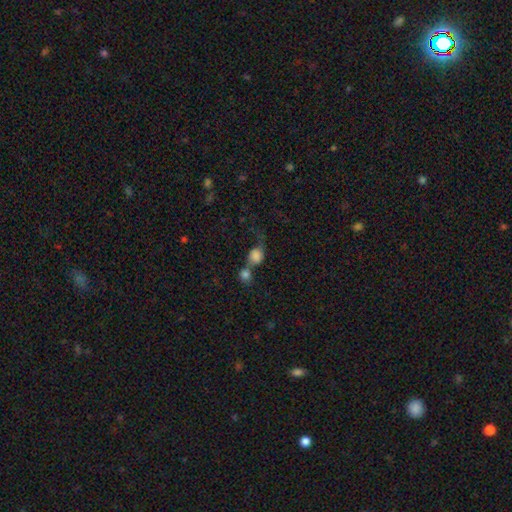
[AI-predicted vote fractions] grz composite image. It shows a smooth galaxy with no disk features (76%) that is round (70%). Merging: merger (64%).